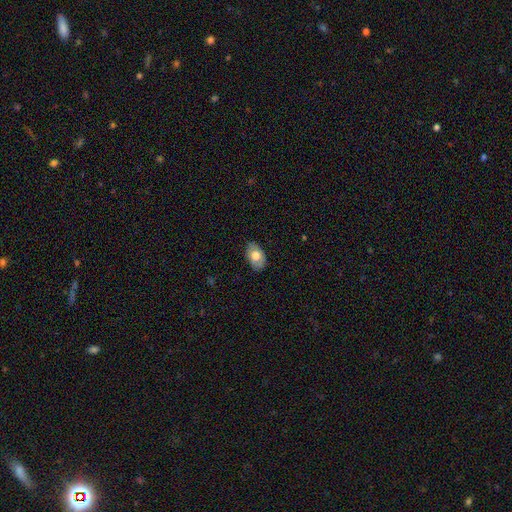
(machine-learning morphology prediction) Q: Smooth or featured?
A: smooth (71%); runner-up: featured or disk (21%)
Q: How rounded?
A: in between (89%); runner-up: round (9%)
Q: Merging?
A: none (82%); runner-up: minor disturbance (14%)